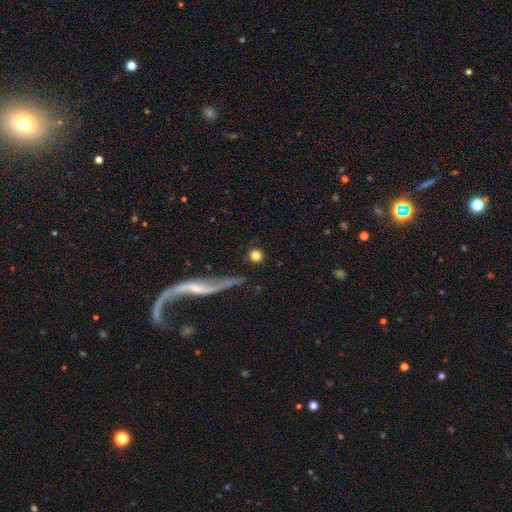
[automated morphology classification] Smooth or featured: smooth — 79% (featured or disk — 12%)
How rounded: round — 92% (in between — 5%)
Merging: none — 85% (minor disturbance — 7%)